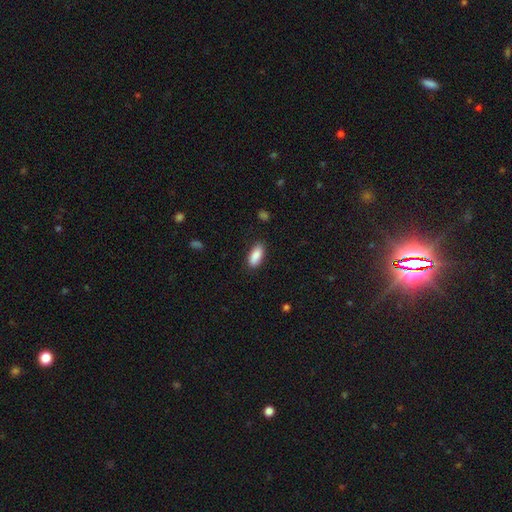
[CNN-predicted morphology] This is clearly a smooth galaxy (89%). How rounded: clearly in between (84%). Merging: clearly none (85%).